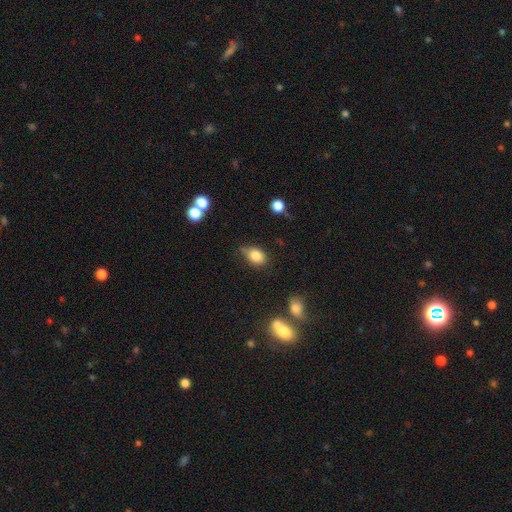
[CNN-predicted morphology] Overall: smooth (83%). How rounded: in between (74%). Merging: none (60%; minor disturbance 29%).